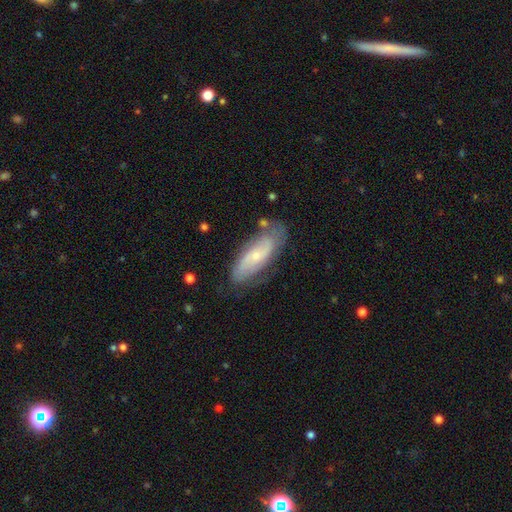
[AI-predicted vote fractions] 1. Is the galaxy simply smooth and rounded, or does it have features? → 64% featured or disk, 29% smooth, 7% star or artifact.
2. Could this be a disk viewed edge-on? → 87% no, 13% yes.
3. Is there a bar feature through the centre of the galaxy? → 59% no, 32% weak, 9% strong.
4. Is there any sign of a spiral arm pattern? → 86% yes, 14% no.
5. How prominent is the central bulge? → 71% small, 24% moderate, 3% none, 1% large, 1% dominant.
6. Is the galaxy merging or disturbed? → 70% none, 20% minor disturbance, 6% major disturbance, 3% merger.